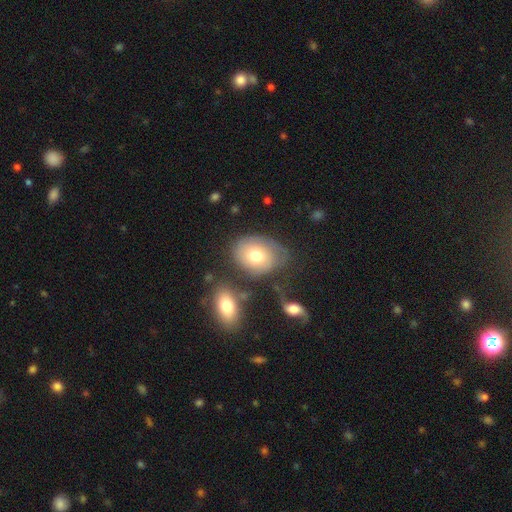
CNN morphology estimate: A smooth galaxy with no disk features (63%) that is in between round and cigar-shaped (58%). Merging: none (57%).